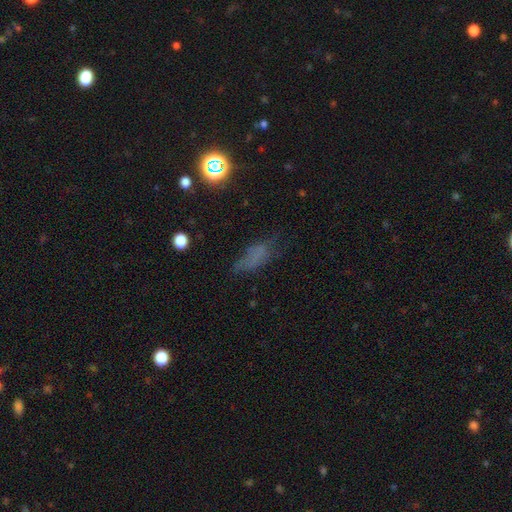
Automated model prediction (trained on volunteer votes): Smooth or featured: smooth — 54% (star or artifact — 25%)
How rounded: in between — 67% (cigar-shaped — 25%)
Merging: none — 50% (minor disturbance — 27%)